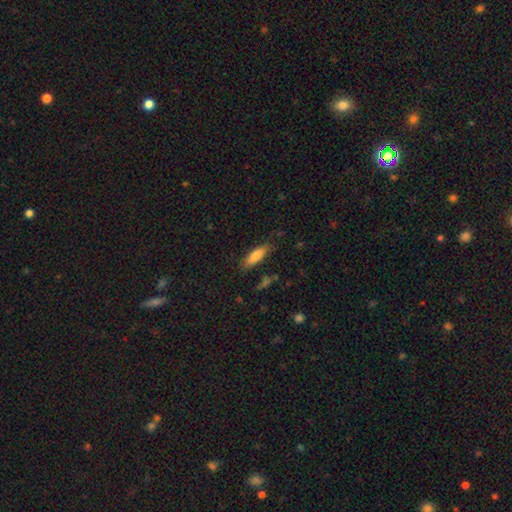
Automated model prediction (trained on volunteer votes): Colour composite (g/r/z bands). It shows a smooth galaxy with no disk features (80%) that is cigar-shaped (53%). Merging: none (79%).